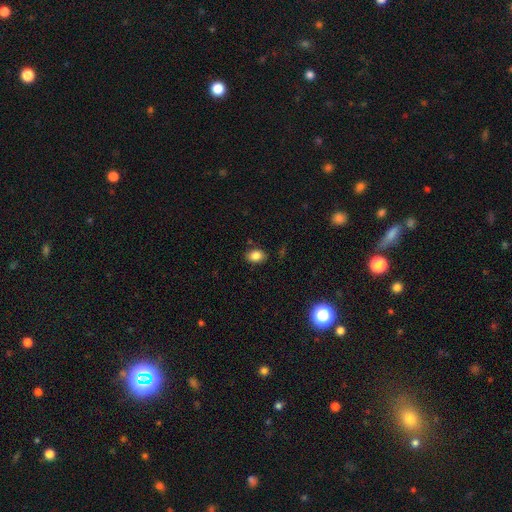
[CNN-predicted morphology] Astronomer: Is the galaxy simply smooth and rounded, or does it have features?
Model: smooth — 84%.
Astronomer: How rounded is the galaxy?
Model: in between — 73%.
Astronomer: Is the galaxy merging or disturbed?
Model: none — 83%.